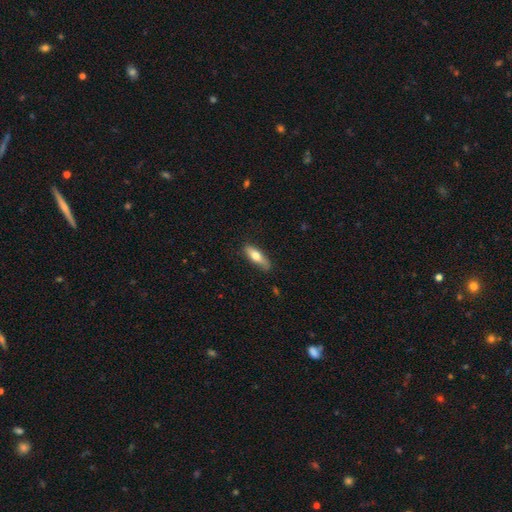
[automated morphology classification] This is likely a smooth galaxy (68%). How rounded: possibly in between (52%). Merging: likely none (73%).